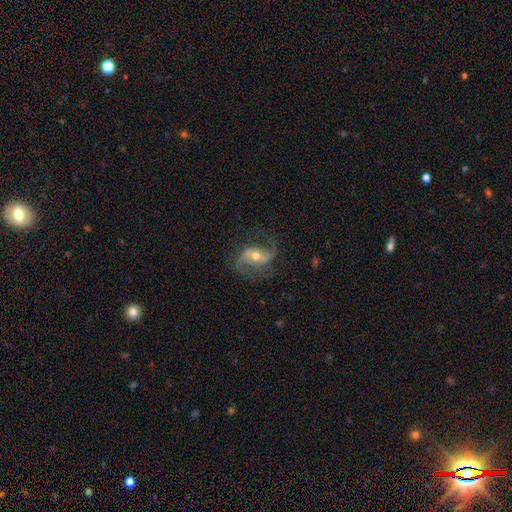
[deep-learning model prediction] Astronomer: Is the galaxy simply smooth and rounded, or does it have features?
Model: featured or disk — 88%.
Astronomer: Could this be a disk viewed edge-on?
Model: no — 97%.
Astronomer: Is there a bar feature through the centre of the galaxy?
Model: no — 38% (runner-up: weak, 37%).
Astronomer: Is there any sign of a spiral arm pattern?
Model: yes — 97%.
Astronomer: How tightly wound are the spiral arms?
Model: loose — 46% (runner-up: medium, 44%).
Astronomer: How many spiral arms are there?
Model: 2 — 92%.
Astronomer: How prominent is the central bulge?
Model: moderate — 58% (runner-up: small, 37%).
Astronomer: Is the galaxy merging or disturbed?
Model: none — 76%.